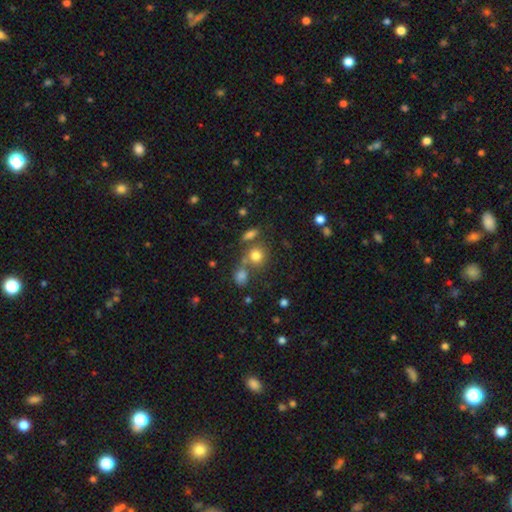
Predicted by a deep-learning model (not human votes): Morphology: type=smooth (76%); roundness=round (80%); merging=none (58%).